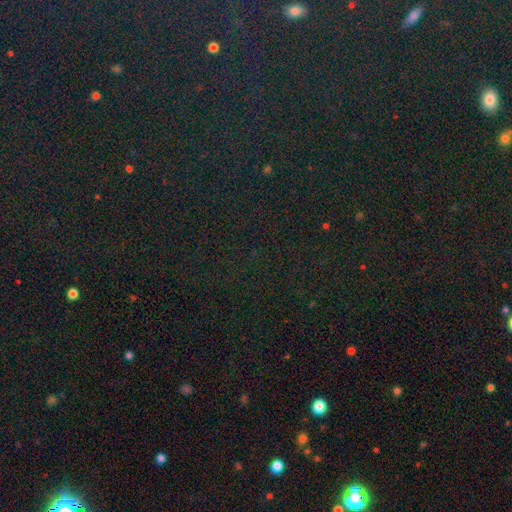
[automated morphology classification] Smooth or featured: star or artifact — 82% (smooth — 10%)